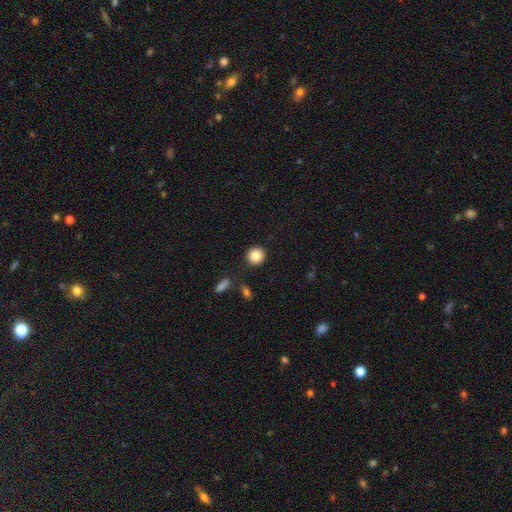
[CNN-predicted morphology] This is clearly a smooth galaxy (85%). How rounded: clearly round (91%). Merging: clearly none (88%).